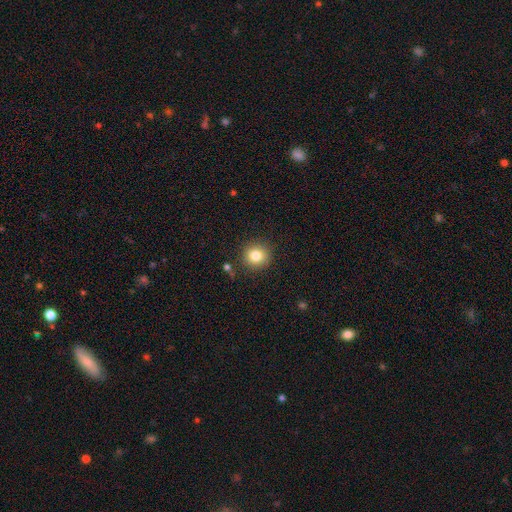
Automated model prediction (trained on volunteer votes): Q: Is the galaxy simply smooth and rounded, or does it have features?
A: smooth — 82%.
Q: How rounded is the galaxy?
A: round — 92%.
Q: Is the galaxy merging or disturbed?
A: none — 88%.